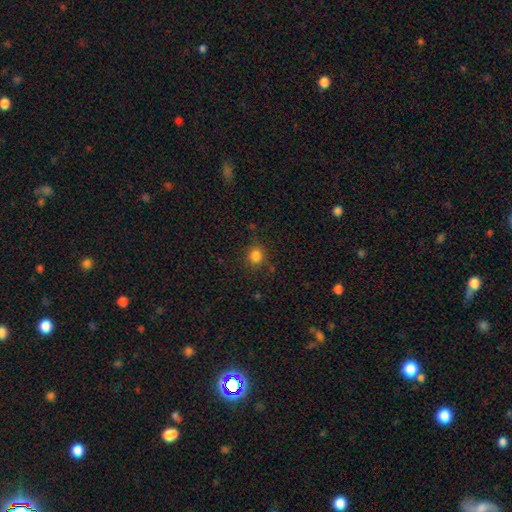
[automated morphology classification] type=smooth (83%); roundness=round (82%); merging=none (82%).